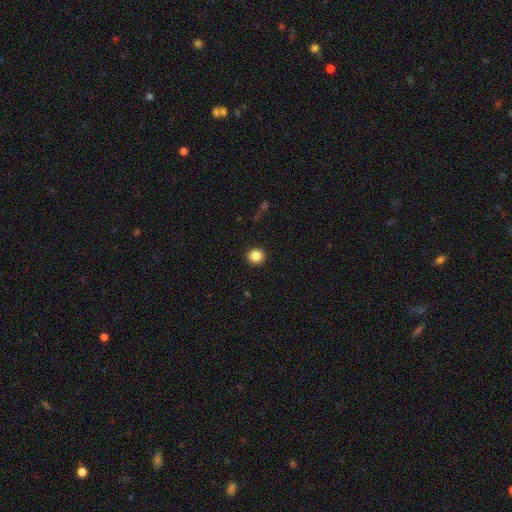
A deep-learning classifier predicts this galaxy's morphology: The model was most divided on "smooth or featured": smooth: 86%, star or artifact: 10%, featured or disk: 4%. More confident: merging — none (92%); how rounded — round (90%).